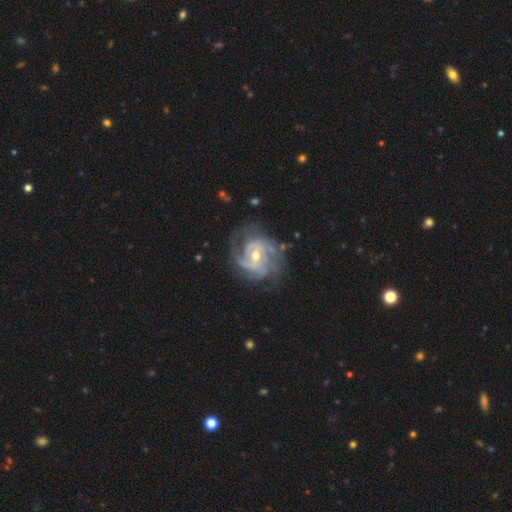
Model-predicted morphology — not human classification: The model was most divided on "spiral winding": tight: 47%, medium: 41%, loose: 12%. Remaining: edge-on disk — no (98%); spiral arms — yes (97%); smooth or featured — featured or disk (89%); merging — none (70%); bulge size — moderate (57%); bar — weak (46%); spiral arm count — 2 (36%).